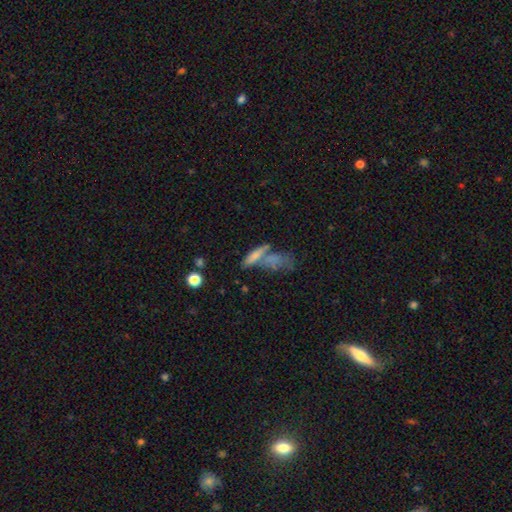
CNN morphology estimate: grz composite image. It shows a smooth galaxy with no disk features (65%) that is cigar-shaped (61%). Merging: none (45%).